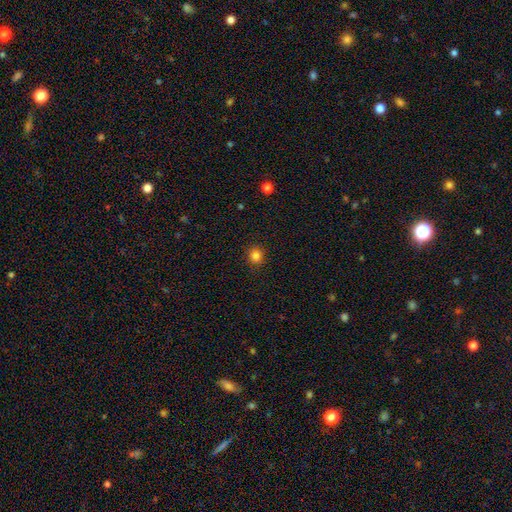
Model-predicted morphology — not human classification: A smooth galaxy with no disk features (83%) that is round (86%).

Vote fractions:
- Smooth or featured? smooth: 83% / star or artifact: 13% / featured or disk: 4%
- How rounded? round: 86% / in between: 13% / cigar-shaped: 1%
- Merging? none: 90% / minor disturbance: 7% / major disturbance: 2% / merger: 1%